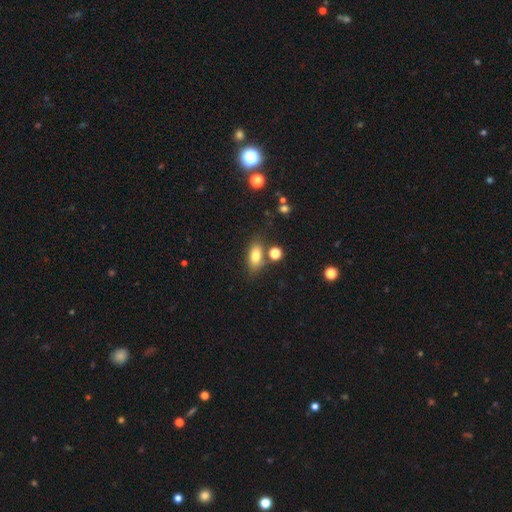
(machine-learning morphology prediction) The model was most divided on "merging": none: 69%, minor disturbance: 15%, merger: 12%, major disturbance: 5%. More confident: how rounded — in between (83%); smooth or featured — smooth (79%).